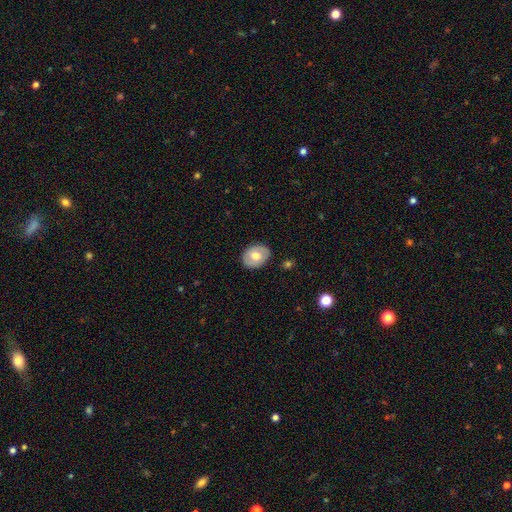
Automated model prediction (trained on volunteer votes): Smooth or featured? smooth (63%)
How rounded? in between (57%)
Merging? none (86%)